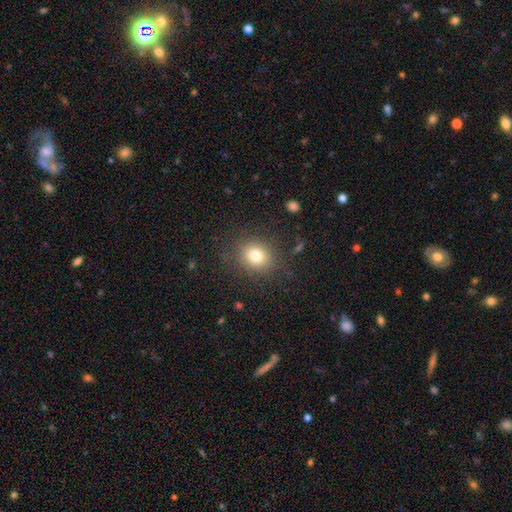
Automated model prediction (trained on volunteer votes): smooth-or-featured: smooth: 78% | star or artifact: 12% | featured or disk: 9%
  how-rounded: round: 72% | in between: 27% | cigar-shaped: 1%
  merging: none: 84% | minor disturbance: 10% | major disturbance: 5% | merger: 1%